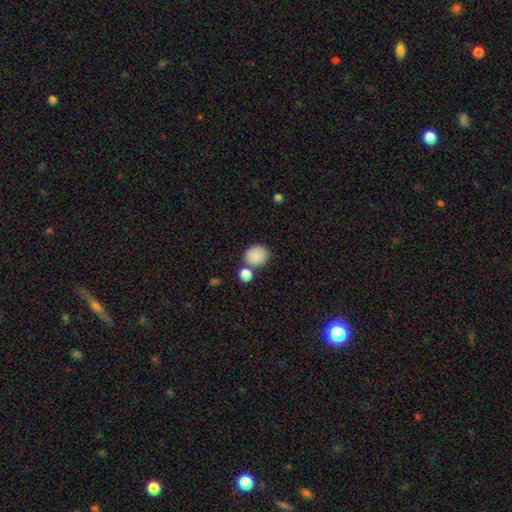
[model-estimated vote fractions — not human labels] Morphology: type=smooth (87%); roundness=round (68%); merging=none (59%).